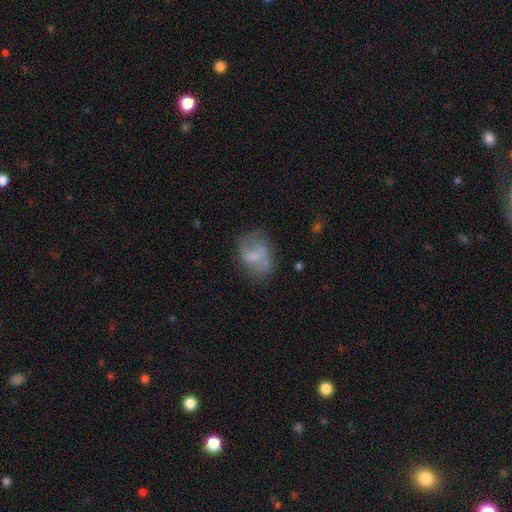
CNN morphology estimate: This appears to be a smooth galaxy with no disk features (58%) that is in between round and cigar-shaped (70%). Merging: none (47%).